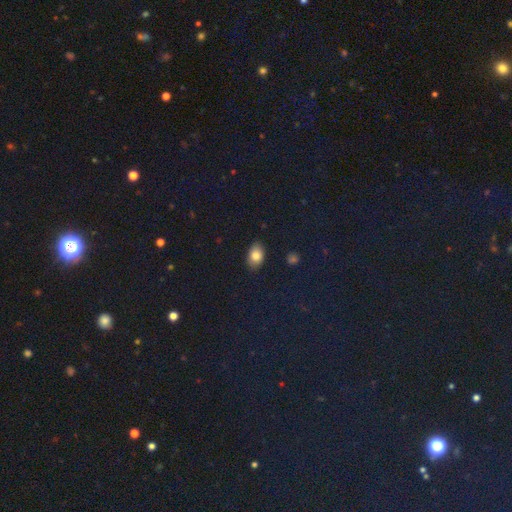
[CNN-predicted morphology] A smooth galaxy with no disk features (81%) that is in between round and cigar-shaped (86%).

Vote fractions:
- Smooth or featured? smooth: 81% / featured or disk: 10% / star or artifact: 9%
- How rounded? in between: 86% / round: 13% / cigar-shaped: 2%
- Merging? none: 85% / minor disturbance: 11% / major disturbance: 2% / merger: 1%